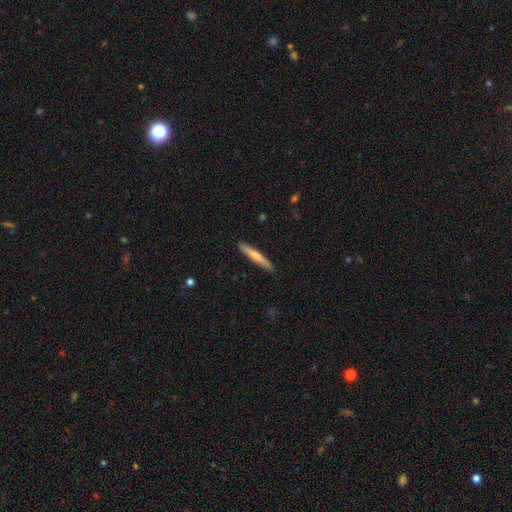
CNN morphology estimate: Smooth or featured? Predicted: smooth (p=0.67). How rounded? Predicted: cigar-shaped (p=0.94). Merging? Predicted: none (p=0.91).